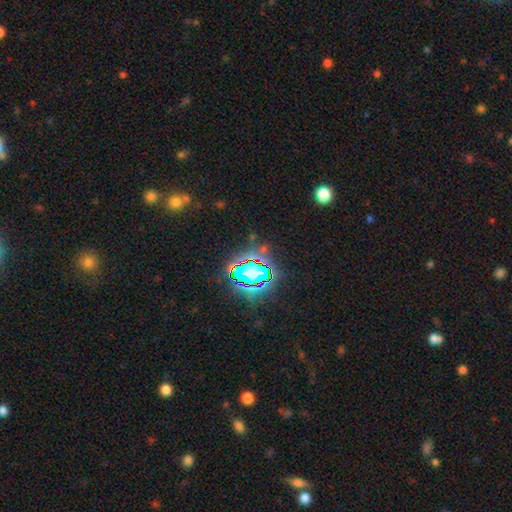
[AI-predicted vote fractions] Smooth or featured? star or artifact (79%)